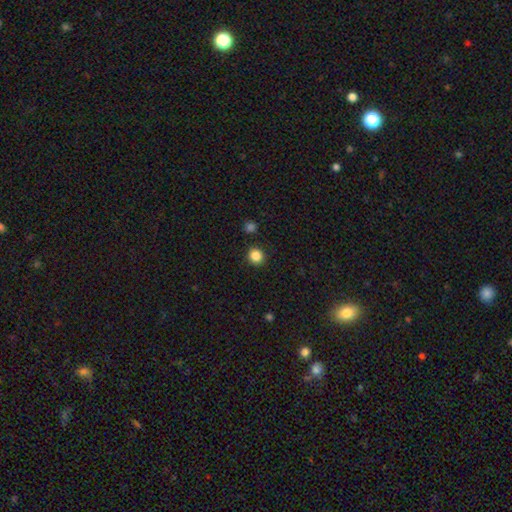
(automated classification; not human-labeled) A smooth galaxy with no disk features (85%) that is round (93%). Merging: none (90%).